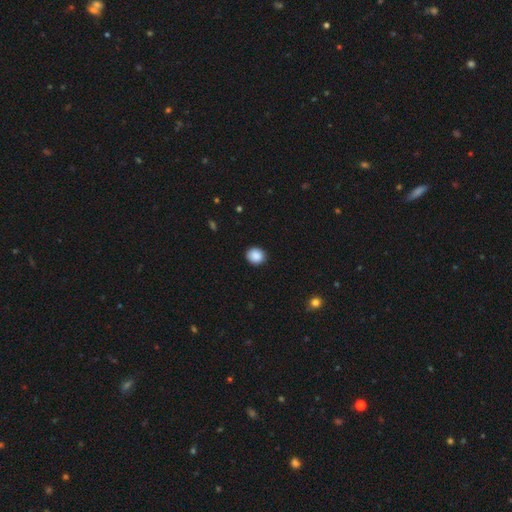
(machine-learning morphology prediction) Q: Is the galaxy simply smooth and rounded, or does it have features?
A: smooth — 89%.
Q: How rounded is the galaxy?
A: round — 79%.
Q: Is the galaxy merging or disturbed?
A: none — 90%.